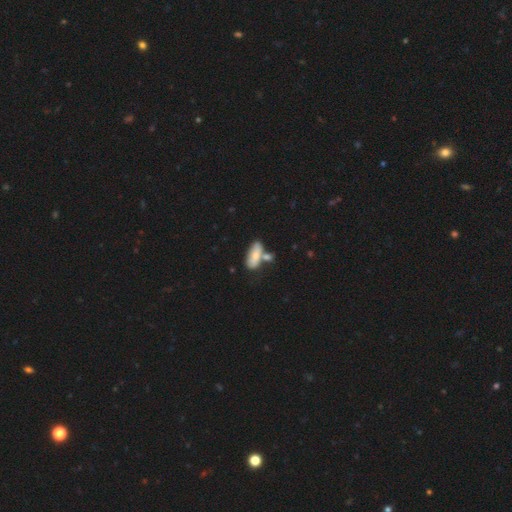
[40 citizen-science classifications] Smooth or featured? smooth (82%)
How rounded? in between (85%)
Merging? merger (53%)